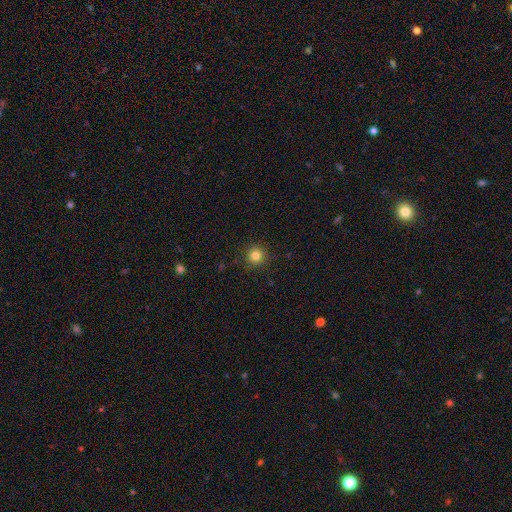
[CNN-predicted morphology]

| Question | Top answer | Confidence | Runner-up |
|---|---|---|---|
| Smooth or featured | smooth | 82% | star or artifact (13%) |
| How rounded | round | 96% | in between (4%) |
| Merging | none | 91% | minor disturbance (6%) |